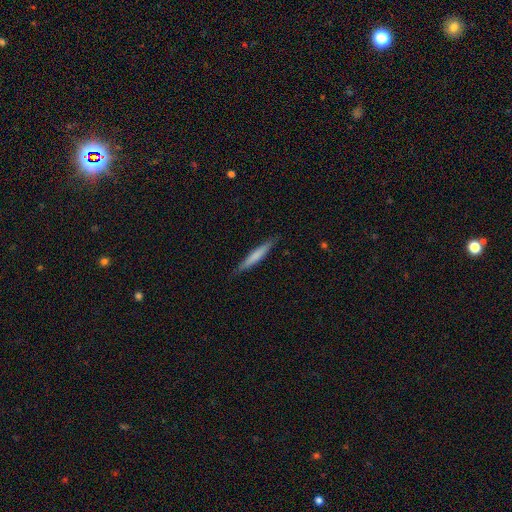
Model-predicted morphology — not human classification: A smooth galaxy with no disk features (66%) that is cigar-shaped (95%). Merging: none (88%).